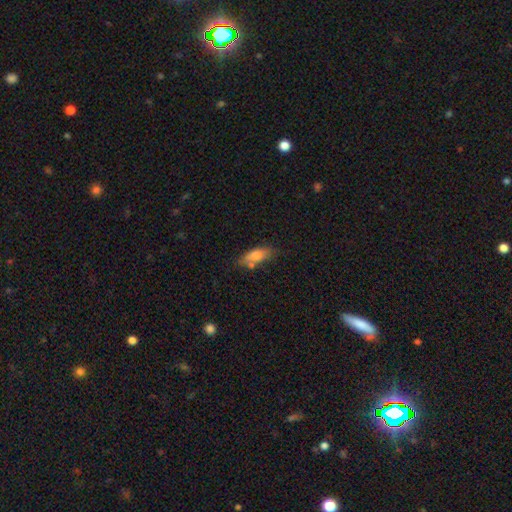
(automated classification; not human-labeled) This appears to be a smooth galaxy with no disk features (76%) that is in between round and cigar-shaped (70%). Merging: none (61%).